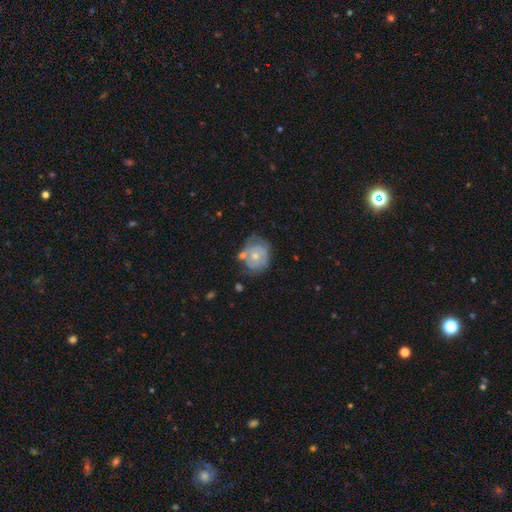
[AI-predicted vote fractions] Smooth or featured: featured or disk — 57% (smooth — 37%)
Edge-on disk: no — 97% (yes — 3%)
Bar: no — 84% (weak — 13%)
Spiral arms: yes — 62% (no — 38%)
Bulge size: moderate — 52% (small — 43%)
Merging: none — 48% (minor disturbance — 28%)